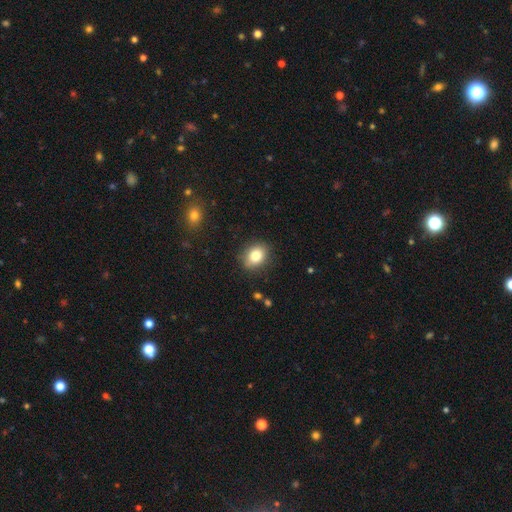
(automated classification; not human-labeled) This appears to be a smooth galaxy with no disk features (82%) that is in between round and cigar-shaped (58%). Merging: none (85%).